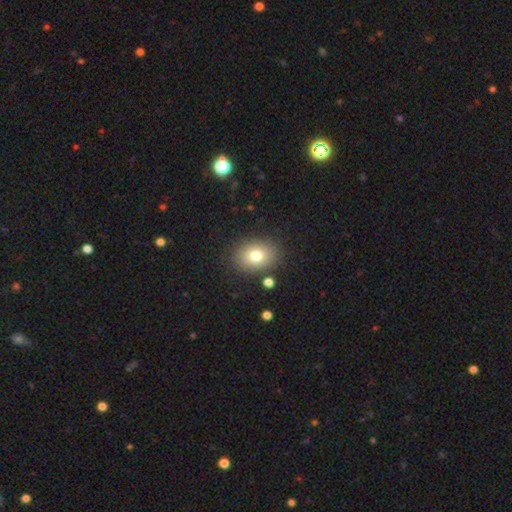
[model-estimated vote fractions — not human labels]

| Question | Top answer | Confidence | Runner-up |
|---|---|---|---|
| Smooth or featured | smooth | 76% | featured or disk (12%) |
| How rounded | in between | 62% | round (37%) |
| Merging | none | 85% | minor disturbance (9%) |